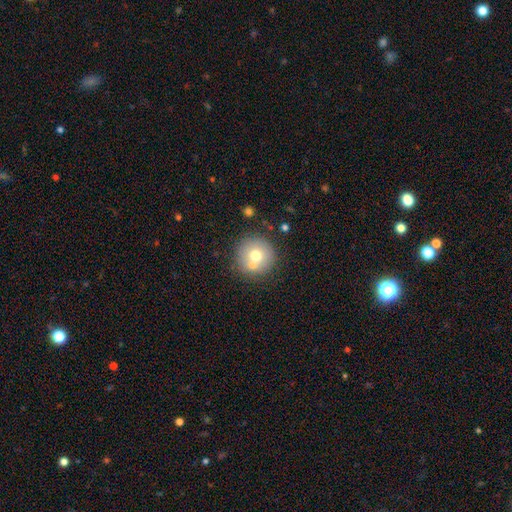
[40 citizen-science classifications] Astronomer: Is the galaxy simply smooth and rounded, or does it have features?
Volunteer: smooth — 68%.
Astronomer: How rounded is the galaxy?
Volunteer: round — 100%.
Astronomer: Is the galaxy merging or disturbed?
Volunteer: none — 80%.